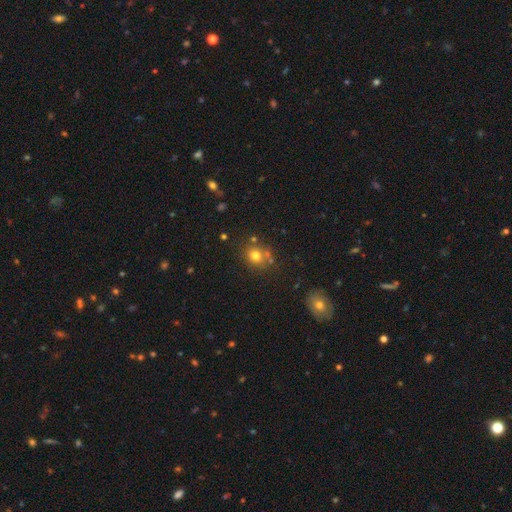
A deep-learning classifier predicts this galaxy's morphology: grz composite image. It shows a smooth galaxy with no disk features (74%) that is round (72%). Merging: none (68%).